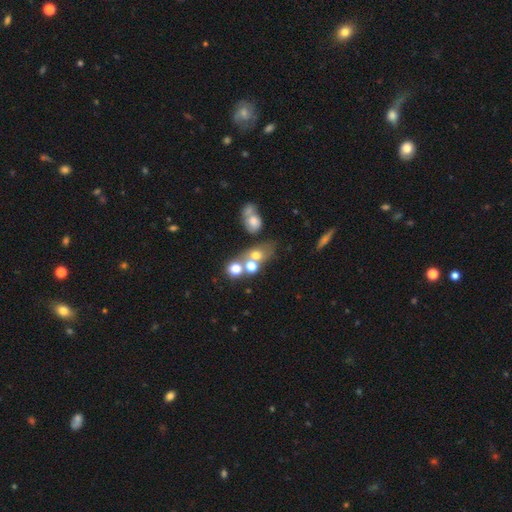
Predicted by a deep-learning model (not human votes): Morphology: type=smooth (60%); roundness=round (53%); merging=merger (50%).